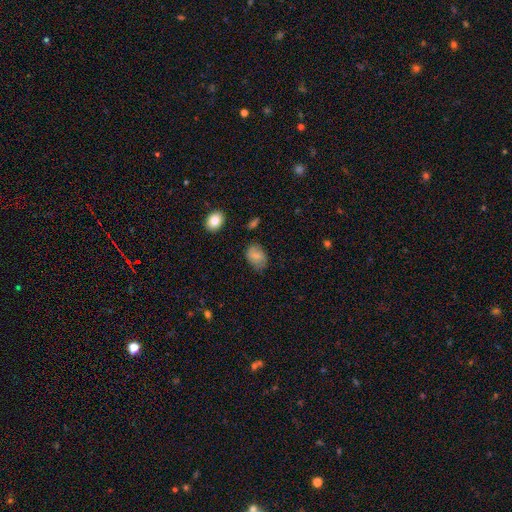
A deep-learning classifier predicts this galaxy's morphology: This is likely a smooth galaxy (75%). How rounded: likely in between (79%). Merging: likely none (73%).